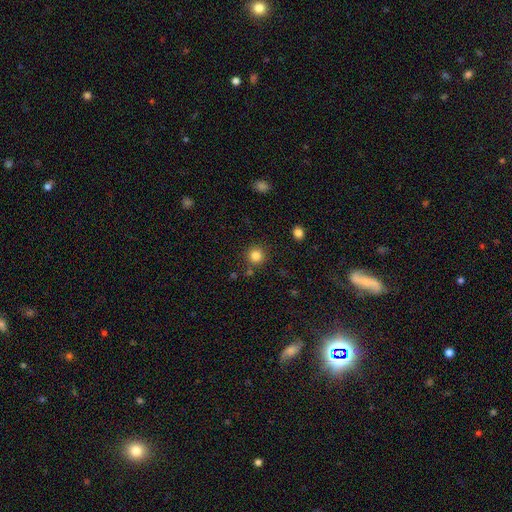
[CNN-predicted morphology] type=smooth (83%); roundness=round (93%); merging=none (85%).